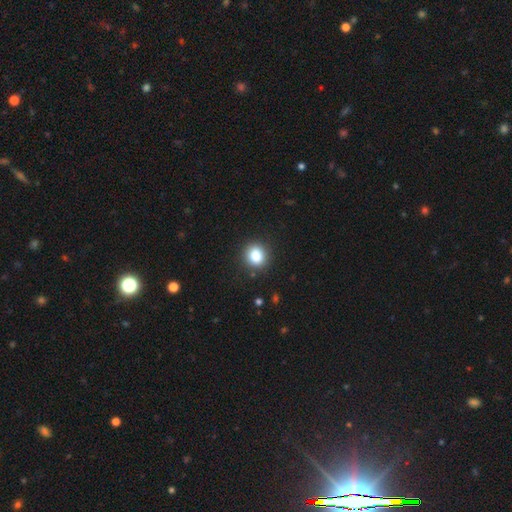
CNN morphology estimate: This is clearly a smooth galaxy (84%). How rounded: clearly round (81%). Merging: clearly none (90%).